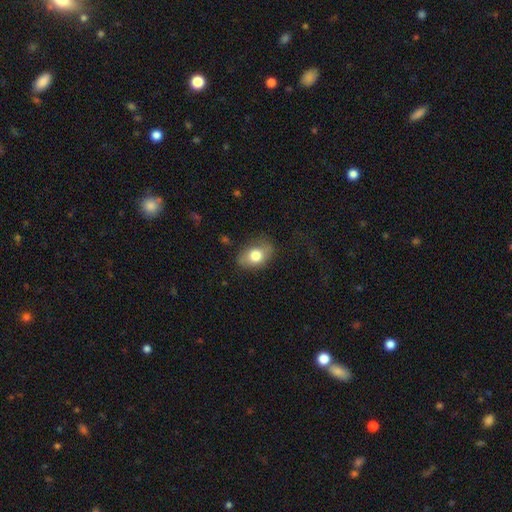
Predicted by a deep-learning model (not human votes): smooth 77%, featured or disk 16%, star or artifact 7%. Down the decision tree: how rounded — in between (83%); merging — none (72%).